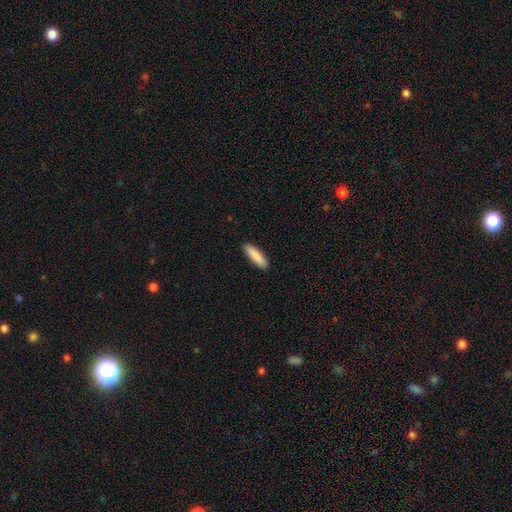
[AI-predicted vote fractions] smooth 89%, star or artifact 5%, featured or disk 5%. Down the decision tree: how rounded — cigar-shaped (59%); merging — none (90%).